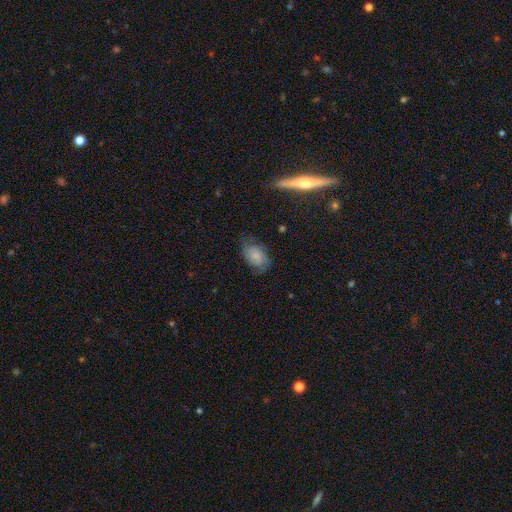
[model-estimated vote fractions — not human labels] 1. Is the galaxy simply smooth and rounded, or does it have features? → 58% smooth, 33% featured or disk, 9% star or artifact.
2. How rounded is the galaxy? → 85% in between, 13% round, 2% cigar-shaped.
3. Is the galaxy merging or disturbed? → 65% none, 24% minor disturbance, 10% major disturbance, 1% merger.